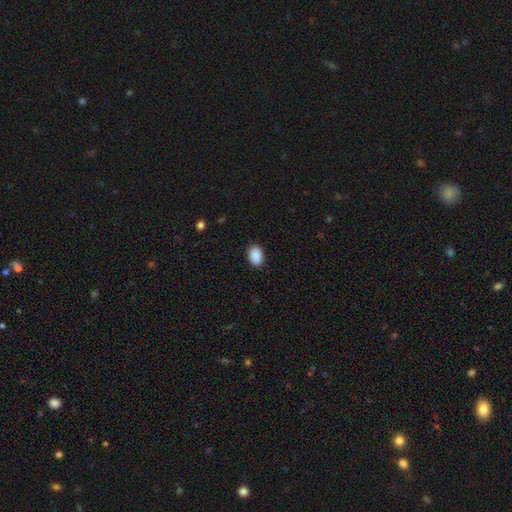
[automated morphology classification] This appears to be a smooth galaxy with no disk features (90%) that is in between round and cigar-shaped (83%). Merging: none (89%).